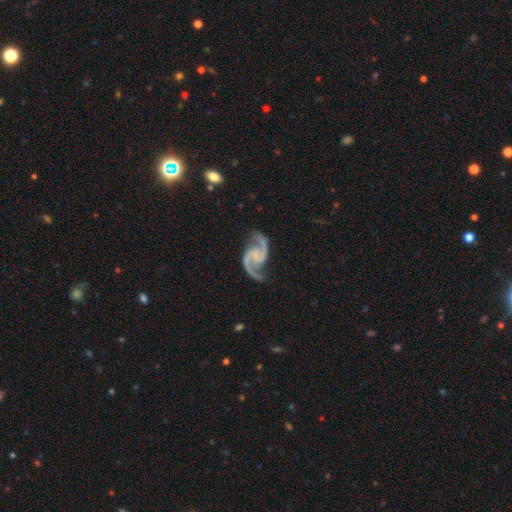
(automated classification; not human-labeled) Smooth or featured? Predicted: featured or disk (p=0.94). Edge-on disk? Predicted: no (p=0.98). Bar? Predicted: no (p=0.50). Spiral arms? Predicted: yes (p=0.98). Spiral winding? Predicted: medium (p=0.55). Spiral arm count? Predicted: 2 (p=0.95). Bulge size? Predicted: none (p=0.52). Merging? Predicted: none (p=0.77).